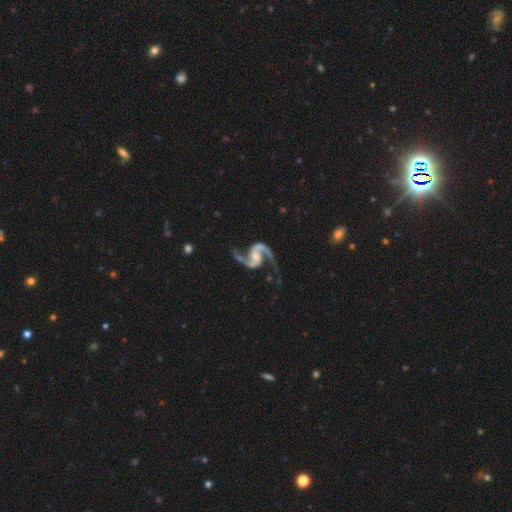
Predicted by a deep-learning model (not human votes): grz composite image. It shows a featured or disk galaxy (94%) with no bar (42%), 2 (94%) medium (47%) spiral arms (99%) and a small central bulge (41%). Merging: none (71%).